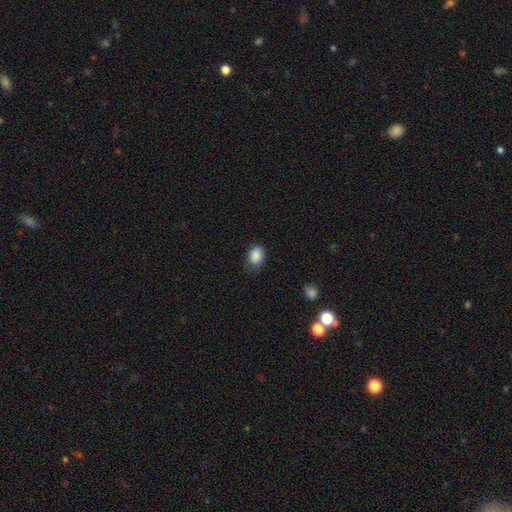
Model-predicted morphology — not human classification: This is clearly a smooth galaxy (88%). How rounded: likely in between (71%). Merging: likely none (70%).